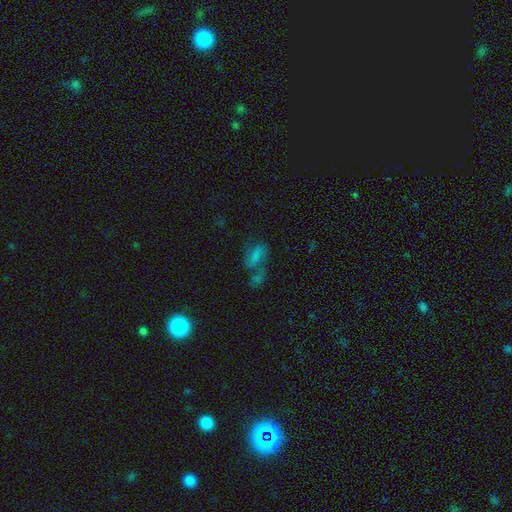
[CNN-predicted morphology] A smooth galaxy with no disk features (49%).

Vote fractions:
- Smooth or featured? smooth: 49% / featured or disk: 31% / star or artifact: 20%
- Merging? merger: 45% / none: 27% / major disturbance: 15% / minor disturbance: 13%